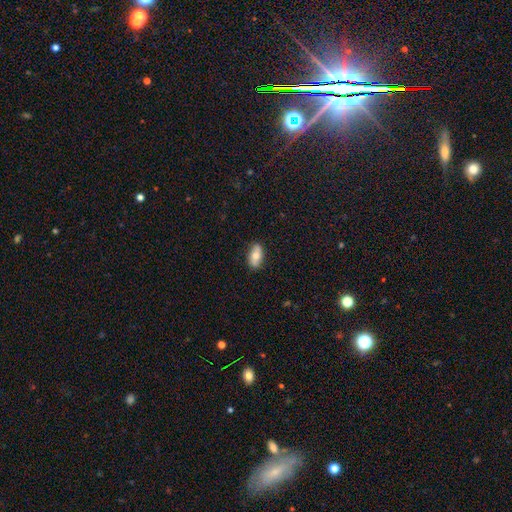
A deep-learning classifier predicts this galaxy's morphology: This is likely a smooth galaxy (65%). How rounded: clearly in between (90%). Merging: clearly none (83%).